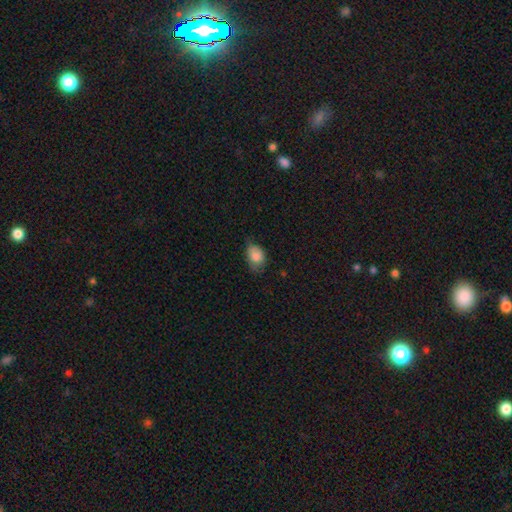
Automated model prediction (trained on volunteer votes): The model was most divided on "merging": none: 49%, minor disturbance: 37%, major disturbance: 12%, merger: 1%. More confident: smooth or featured — smooth (82%); how rounded — in between (77%).